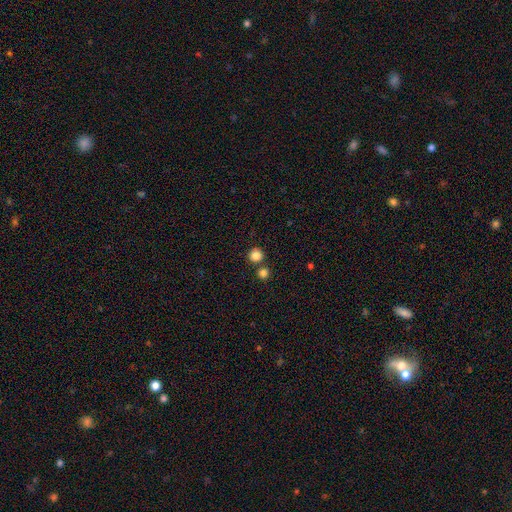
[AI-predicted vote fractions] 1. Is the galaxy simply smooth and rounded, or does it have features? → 84% smooth, 12% star or artifact, 4% featured or disk.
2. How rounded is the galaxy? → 94% round, 5% in between, 1% cigar-shaped.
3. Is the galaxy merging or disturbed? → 78% none, 13% merger, 6% minor disturbance, 2% major disturbance.